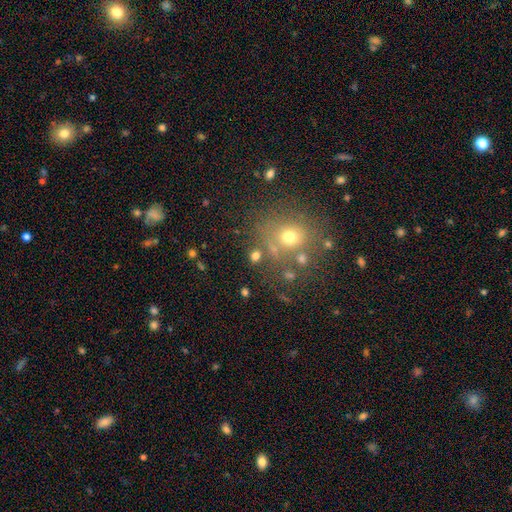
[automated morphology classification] smooth 70%, star or artifact 21%, featured or disk 9%. Down the decision tree: how rounded — round (72%); merging — none (74%).